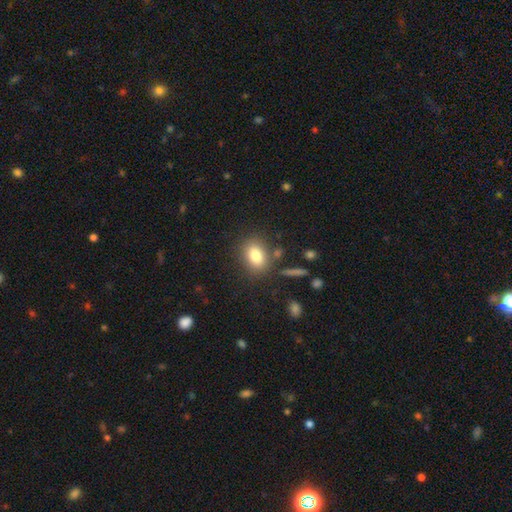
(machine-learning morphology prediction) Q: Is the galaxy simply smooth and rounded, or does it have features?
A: smooth — 82%.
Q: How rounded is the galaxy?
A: in between — 71%.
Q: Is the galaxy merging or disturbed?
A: none — 79%.